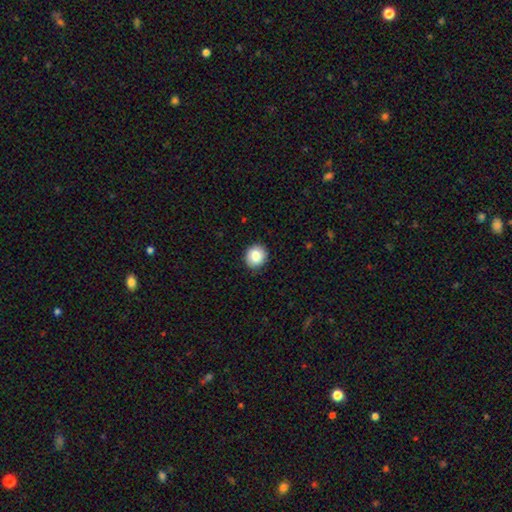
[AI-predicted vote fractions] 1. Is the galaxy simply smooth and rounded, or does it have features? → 83% smooth, 9% featured or disk, 8% star or artifact.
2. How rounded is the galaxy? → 77% round, 22% in between, 1% cigar-shaped.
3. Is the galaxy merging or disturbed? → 89% none, 8% minor disturbance, 2% major disturbance, 1% merger.